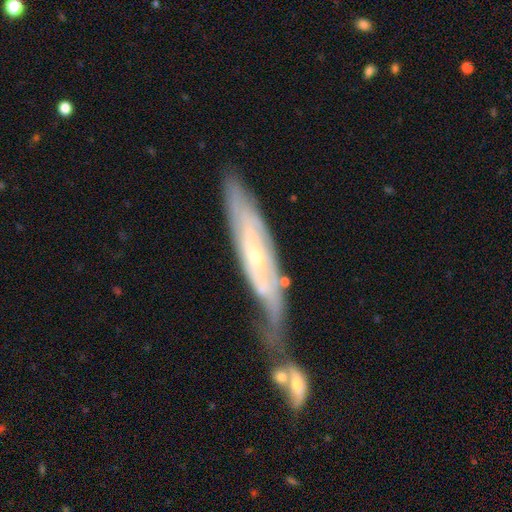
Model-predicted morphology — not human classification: This is likely a featured or disk galaxy (73%). It is likely not viewed edge-on (64%). Merging: marginally none (44%).